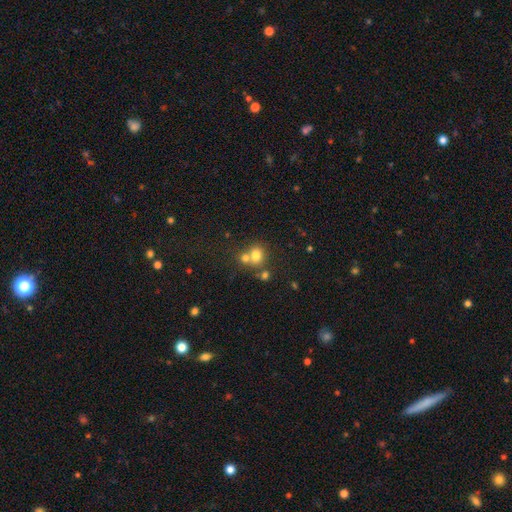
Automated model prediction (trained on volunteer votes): This appears to be a smooth galaxy with no disk features (74%) that is round (66%). Merging: merger (45%).